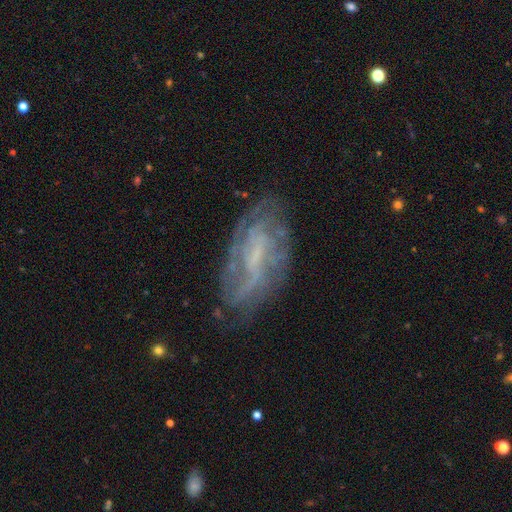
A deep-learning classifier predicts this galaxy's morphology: Q: Smooth or featured?
A: featured or disk (74%); runner-up: smooth (17%)
Q: Edge-on disk?
A: no (92%); runner-up: yes (8%)
Q: Bar?
A: weak (45%); runner-up: no (37%)
Q: Spiral arms?
A: yes (78%); runner-up: no (22%)
Q: Spiral winding?
A: tight (44%); runner-up: medium (36%)
Q: Spiral arm count?
A: can't tell (53%); runner-up: 2 (20%)
Q: Bulge size?
A: small (45%); runner-up: none (35%)
Q: Merging?
A: none (66%); runner-up: minor disturbance (20%)